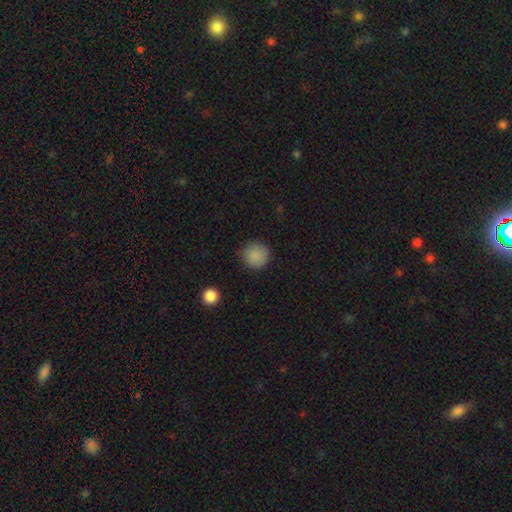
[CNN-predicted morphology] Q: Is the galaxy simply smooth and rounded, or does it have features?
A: smooth — 88%.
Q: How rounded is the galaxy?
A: round — 95%.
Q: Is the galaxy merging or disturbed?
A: none — 89%.